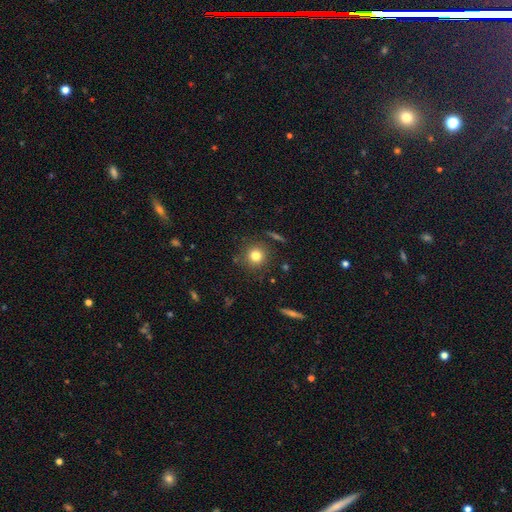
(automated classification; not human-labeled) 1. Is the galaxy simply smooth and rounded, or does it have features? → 79% smooth, 12% star or artifact, 9% featured or disk.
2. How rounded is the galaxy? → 93% round, 6% in between, 1% cigar-shaped.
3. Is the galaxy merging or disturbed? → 86% none, 8% minor disturbance, 3% merger, 3% major disturbance.